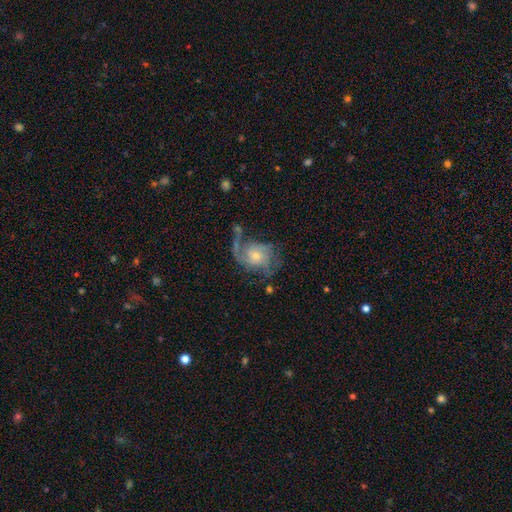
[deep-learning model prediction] Smooth or featured? Predicted: featured or disk (p=0.75). Edge-on disk? Predicted: no (p=0.98). Bar? Predicted: no (p=0.70). Spiral arms? Predicted: yes (p=0.88). Spiral winding? Predicted: loose (p=0.42). Spiral arm count? Predicted: 2 (p=0.42). Bulge size? Predicted: small (p=0.49). Merging? Predicted: major disturbance (p=0.37, tied with none).